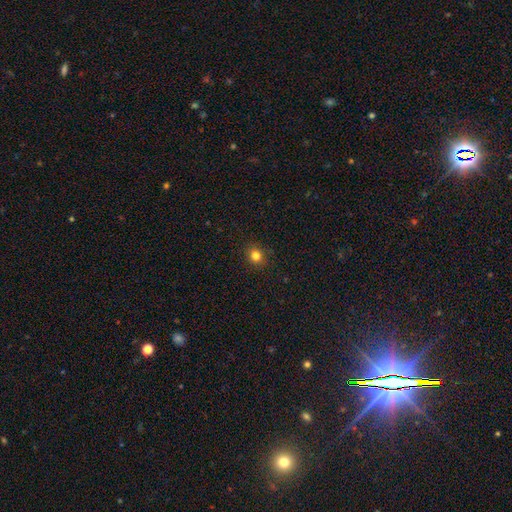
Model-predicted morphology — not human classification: A smooth galaxy with no disk features (81%) that is round (85%). Merging: none (90%).